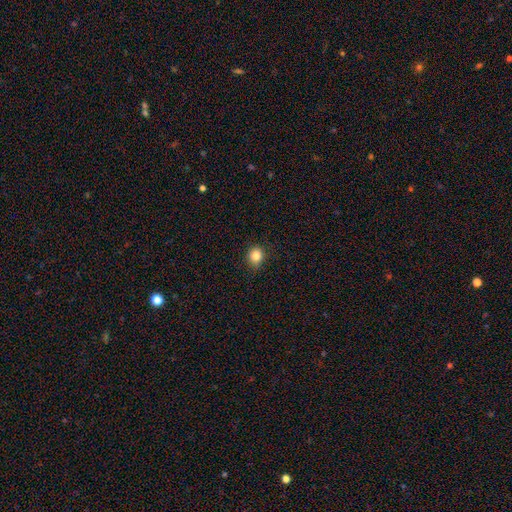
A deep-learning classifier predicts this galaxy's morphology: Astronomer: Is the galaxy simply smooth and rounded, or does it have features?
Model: smooth — 84%.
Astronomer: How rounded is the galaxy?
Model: round — 82%.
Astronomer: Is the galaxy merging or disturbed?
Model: none — 86%.